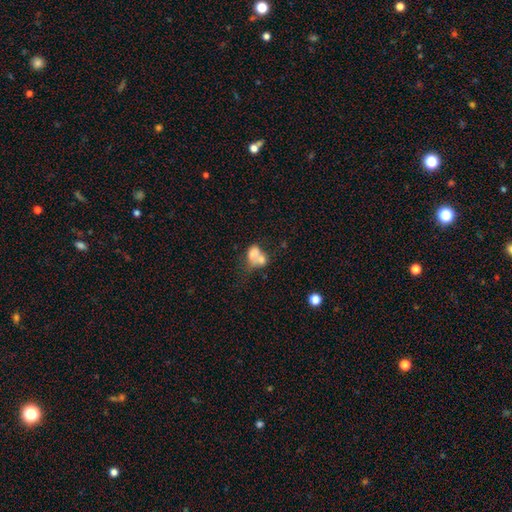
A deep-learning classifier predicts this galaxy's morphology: Smooth or featured?
  - smooth: 66% *
  - featured or disk: 24%
  - star or artifact: 11%
How rounded?
  - in between: 61% *
  - round: 37%
  - cigar-shaped: 1%
Merging?
  - merger: 64% *
  - none: 18%
  - minor disturbance: 9%
  - major disturbance: 8%